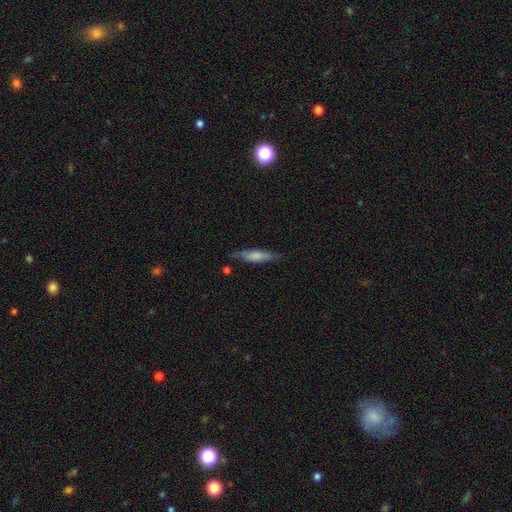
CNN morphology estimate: type=smooth (69%); roundness=cigar-shaped (78%); merging=none (77%).